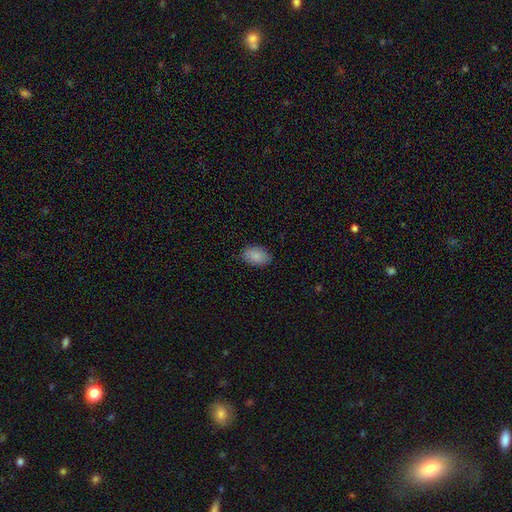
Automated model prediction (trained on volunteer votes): Q: Smooth or featured?
A: smooth (86%); runner-up: featured or disk (7%)
Q: How rounded?
A: in between (90%); runner-up: round (9%)
Q: Merging?
A: none (85%); runner-up: minor disturbance (12%)